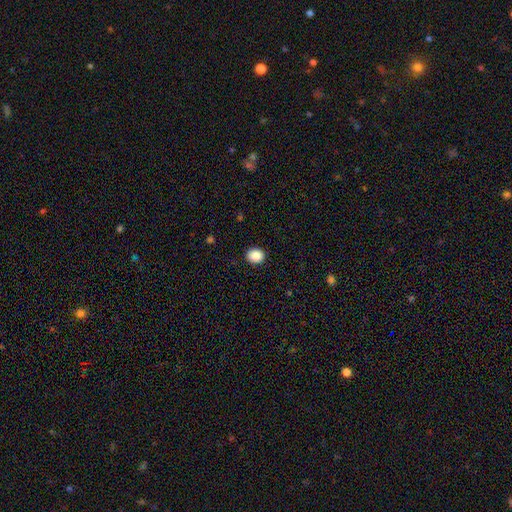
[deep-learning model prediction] smooth_or_featured: smooth (p=0.89) [alt: star or artifact p=0.09]
how_rounded: round (p=0.70) [alt: in between p=0.29]
merging: none (p=0.91) [alt: minor disturbance p=0.06]